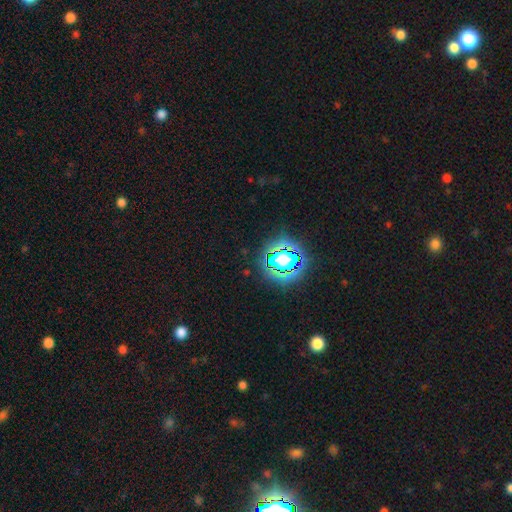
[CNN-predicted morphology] Overall: star or artifact (80%).